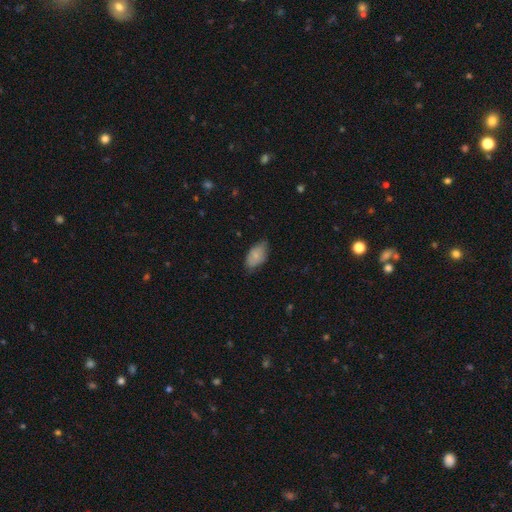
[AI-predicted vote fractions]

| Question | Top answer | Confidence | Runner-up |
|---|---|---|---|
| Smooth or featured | smooth | 77% | featured or disk (16%) |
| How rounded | in between | 93% | round (5%) |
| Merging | none | 66% | minor disturbance (28%) |